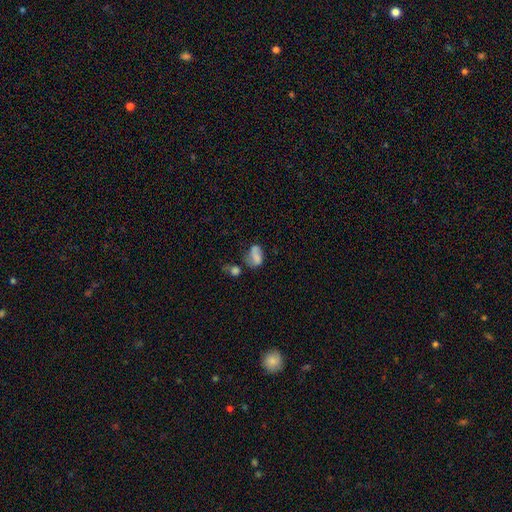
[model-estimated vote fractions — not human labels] A smooth galaxy with no disk features (65%) that is in between round and cigar-shaped (83%).

Vote fractions:
- Smooth or featured? smooth: 65% / featured or disk: 23% / star or artifact: 13%
- How rounded? in between: 83% / round: 15% / cigar-shaped: 2%
- Merging? none: 31% / merger: 27% / minor disturbance: 23% / major disturbance: 19%